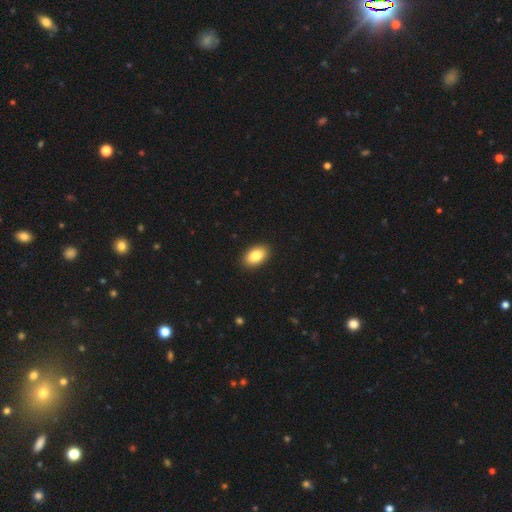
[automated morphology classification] Smooth or featured?
  - smooth: 84% *
  - featured or disk: 8%
  - star or artifact: 7%
How rounded?
  - in between: 91% *
  - round: 7%
  - cigar-shaped: 2%
Merging?
  - none: 91% *
  - minor disturbance: 7%
  - major disturbance: 2%
  - merger: 1%